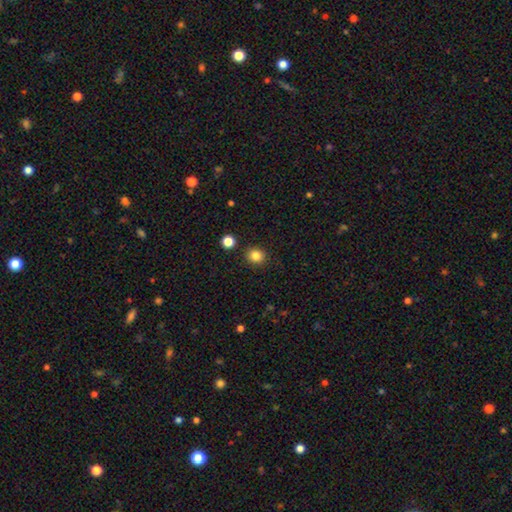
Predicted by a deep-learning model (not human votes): This appears to be a smooth galaxy with no disk features (84%) that is round (82%). Merging: none (89%).